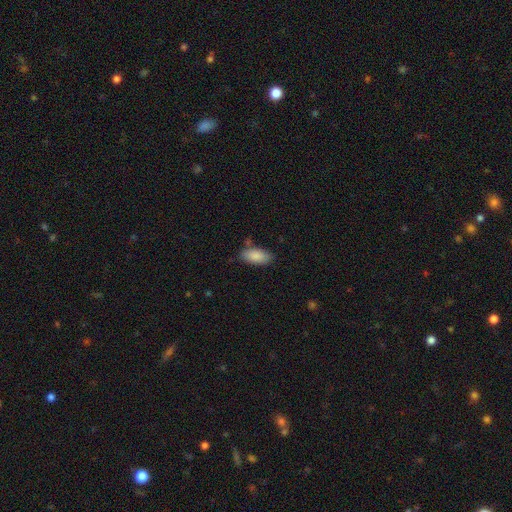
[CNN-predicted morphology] This appears to be a smooth galaxy with no disk features (88%) that is in between round and cigar-shaped (89%). Merging: none (76%).